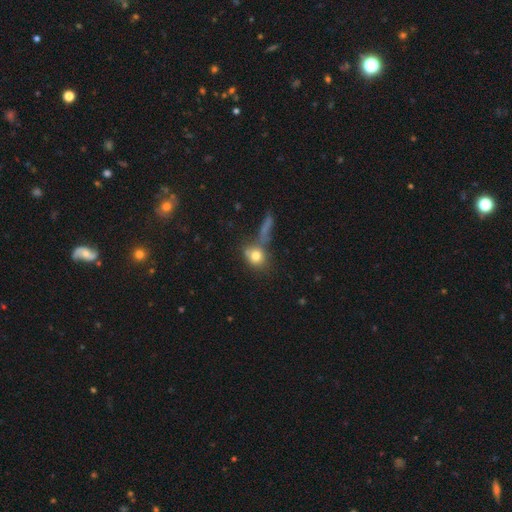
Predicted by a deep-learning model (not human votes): smooth_or_featured: smooth (p=0.76) [alt: featured or disk p=0.12]
how_rounded: round (p=0.63) [alt: in between p=0.33]
merging: none (p=0.49) [alt: merger p=0.26]